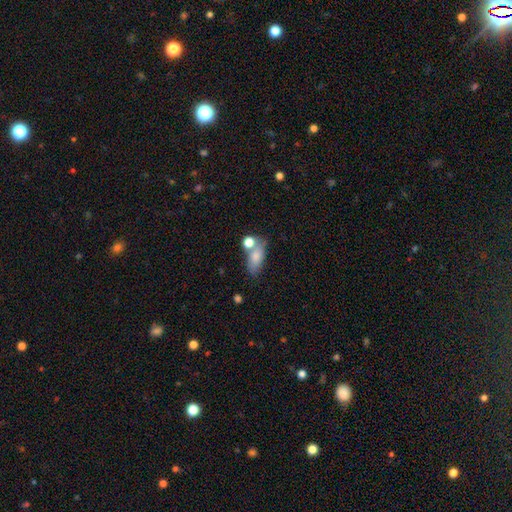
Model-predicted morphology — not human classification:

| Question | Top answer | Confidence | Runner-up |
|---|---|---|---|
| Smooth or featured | smooth | 77% | featured or disk (15%) |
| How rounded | in between | 84% | round (9%) |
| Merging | none | 46% | merger (29%) |